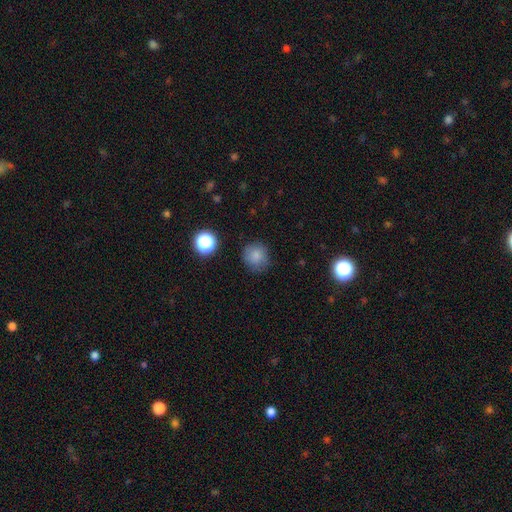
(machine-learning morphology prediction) Smooth or featured? Predicted: smooth (p=0.81). How rounded? Predicted: round (p=0.90). Merging? Predicted: none (p=0.80).